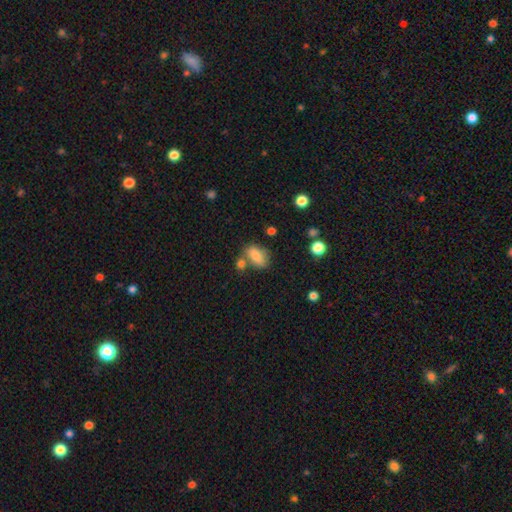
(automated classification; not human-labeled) Smooth or featured?
  - smooth: 80% *
  - featured or disk: 11%
  - star or artifact: 9%
How rounded?
  - in between: 85% *
  - round: 11%
  - cigar-shaped: 4%
Merging?
  - none: 57% *
  - merger: 21%
  - minor disturbance: 16%
  - major disturbance: 6%